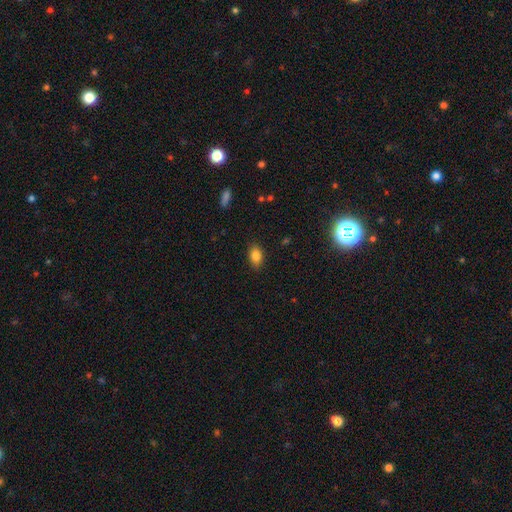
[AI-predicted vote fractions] Smooth or featured? smooth (85%)
How rounded? in between (84%)
Merging? none (85%)